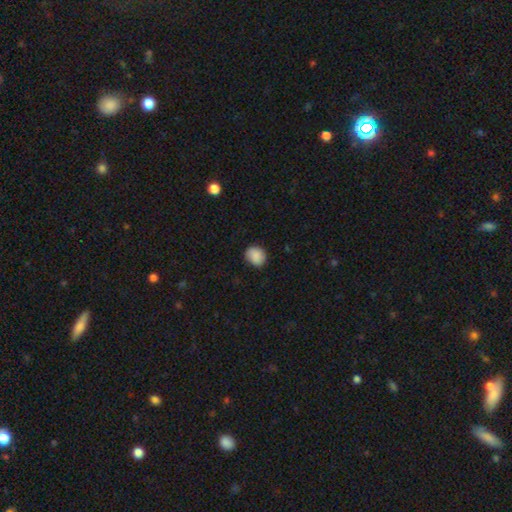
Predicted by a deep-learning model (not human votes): This is clearly a smooth galaxy (87%). How rounded: likely round (70%). Merging: clearly none (83%).